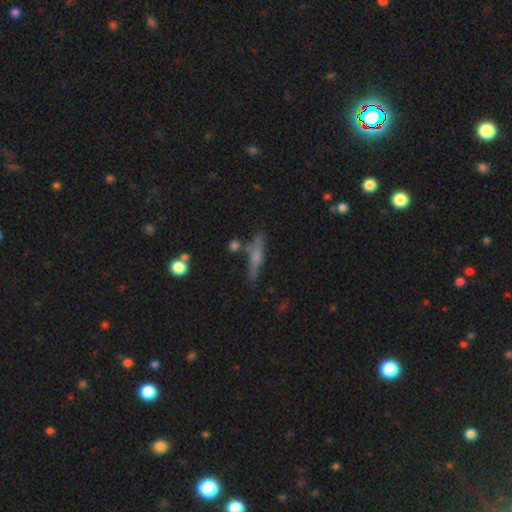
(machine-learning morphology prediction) Q: Smooth or featured?
A: smooth (47%); runner-up: featured or disk (44%)
Q: Merging?
A: none (72%); runner-up: minor disturbance (15%)